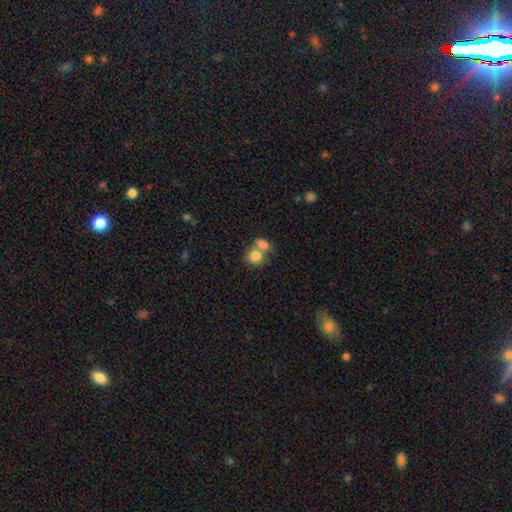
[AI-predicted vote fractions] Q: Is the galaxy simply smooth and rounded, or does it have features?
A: smooth — 81%.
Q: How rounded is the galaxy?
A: round — 69%.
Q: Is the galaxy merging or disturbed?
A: merger — 56%.